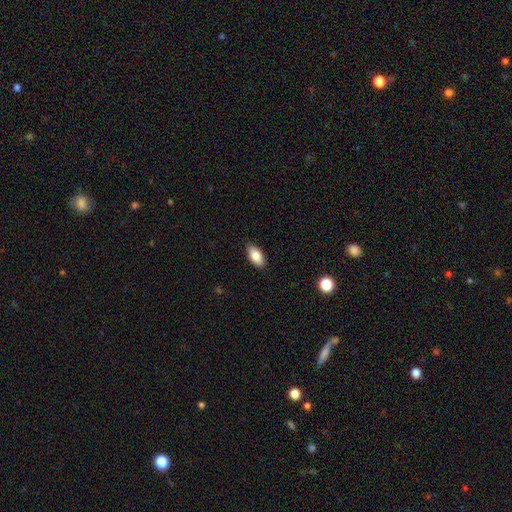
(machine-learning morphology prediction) Q: Smooth or featured?
A: smooth (84%); runner-up: featured or disk (9%)
Q: How rounded?
A: in between (92%); runner-up: cigar-shaped (5%)
Q: Merging?
A: none (88%); runner-up: minor disturbance (9%)